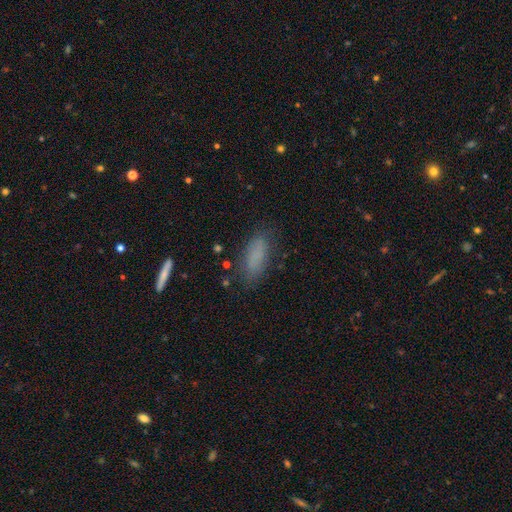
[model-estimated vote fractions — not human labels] This is likely a smooth galaxy (79%). How rounded: likely in between (75%). Merging: likely none (79%).